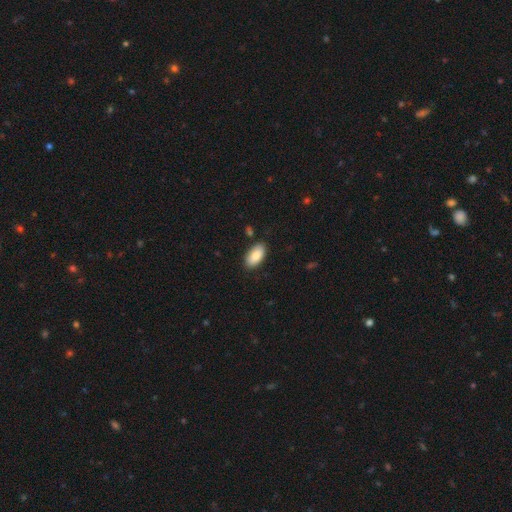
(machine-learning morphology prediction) Smooth or featured? Predicted: smooth (p=0.86). How rounded? Predicted: in between (p=0.95). Merging? Predicted: none (p=0.85).